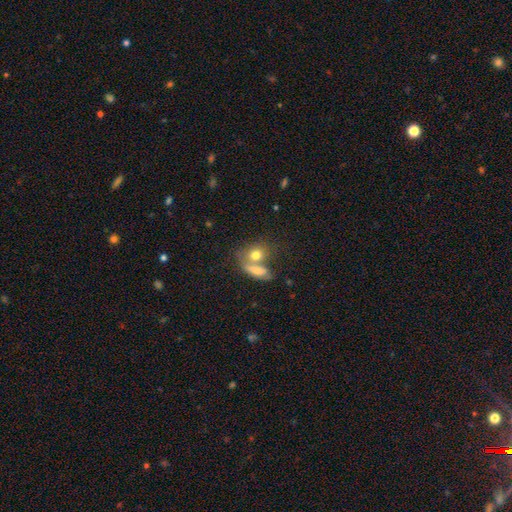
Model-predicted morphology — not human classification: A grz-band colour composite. It shows a smooth galaxy with no disk features (76%) that is in between round and cigar-shaped (51%). Merging: merger (53%).